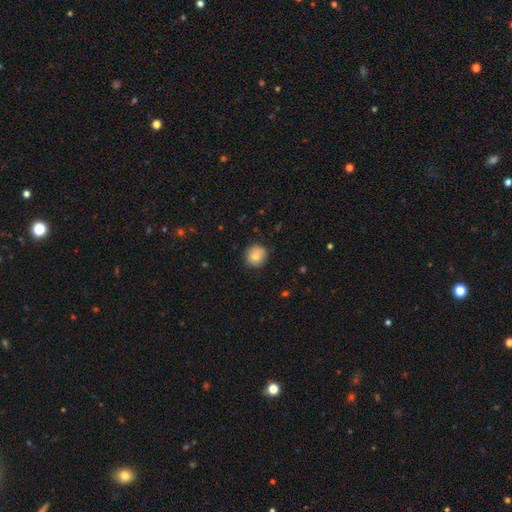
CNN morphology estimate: Q: Smooth or featured?
A: smooth (82%); runner-up: featured or disk (9%)
Q: How rounded?
A: round (90%); runner-up: in between (9%)
Q: Merging?
A: none (81%); runner-up: minor disturbance (14%)